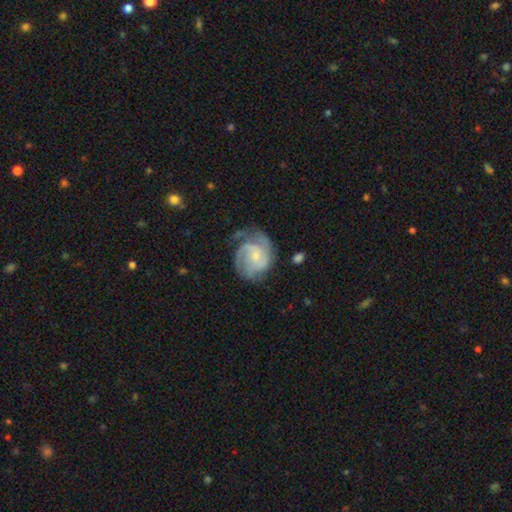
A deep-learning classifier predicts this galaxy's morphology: Q: Smooth or featured?
A: featured or disk (84%); runner-up: smooth (11%)
Q: Edge-on disk?
A: no (98%); runner-up: yes (2%)
Q: Bar?
A: no (65%); runner-up: weak (31%)
Q: Spiral arms?
A: yes (96%); runner-up: no (4%)
Q: Spiral winding?
A: tight (48%); runner-up: medium (41%)
Q: Spiral arm count?
A: 3 (32%); tied with: 2 (32%)
Q: Bulge size?
A: small (67%); runner-up: moderate (23%)
Q: Merging?
A: none (61%); runner-up: minor disturbance (23%)